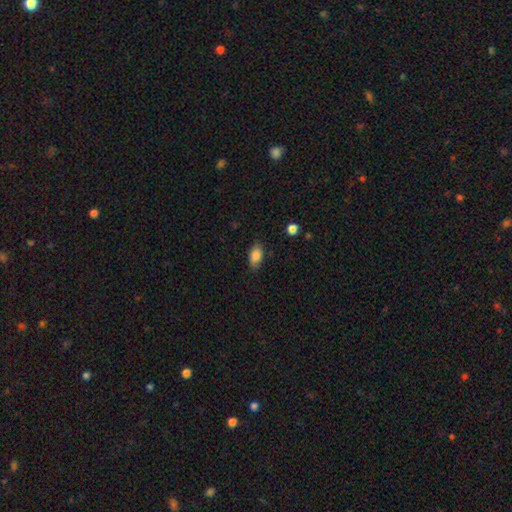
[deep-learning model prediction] Smooth or featured? Predicted: smooth (p=0.85). How rounded? Predicted: in between (p=0.89). Merging? Predicted: none (p=0.80).